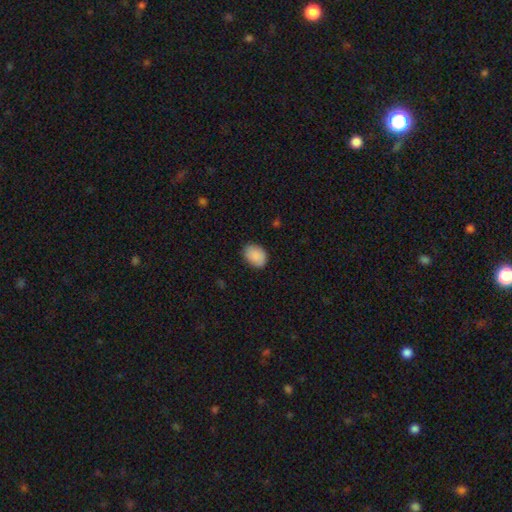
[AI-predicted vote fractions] Smooth or featured? smooth (90%)
How rounded? in between (75%)
Merging? none (82%)